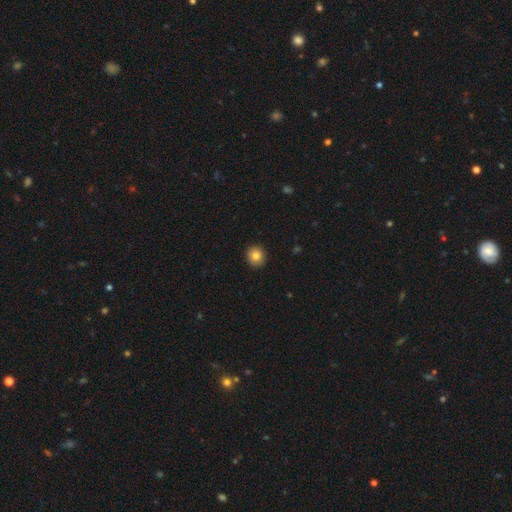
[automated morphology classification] Overall: smooth (83%). How rounded: round (89%). Merging: none (92%).